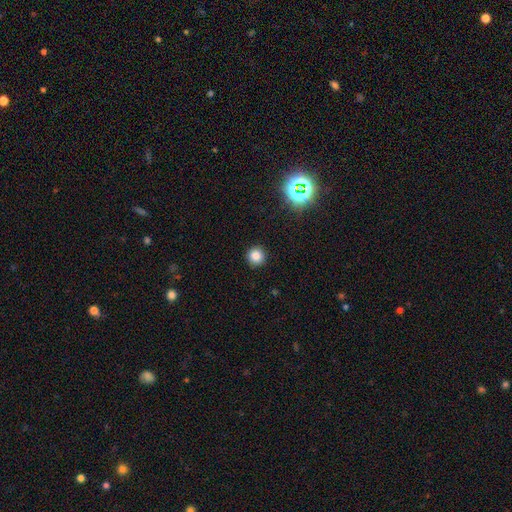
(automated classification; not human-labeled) This is clearly a smooth galaxy (81%). How rounded: clearly round (94%). Merging: clearly none (92%).